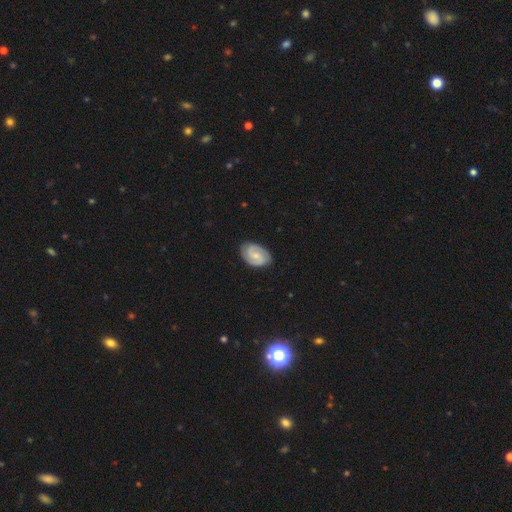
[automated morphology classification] smooth-or-featured: featured or disk: 76% | smooth: 19% | star or artifact: 5%
  disk-edge-on: no: 98% | yes: 2%
    bar: no: 50% | weak: 43% | strong: 8%
    has-spiral-arms: yes: 96% | no: 4%
      spiral-winding: tight: 55% | medium: 37% | loose: 8%
      spiral-arm-count: 2: 86% | can't tell: 6% | 3: 4% | 1: 2% | 4: 1% | more than 4: 1%
    bulge-size: small: 56% | moderate: 30% | none: 11% | large: 2% | dominant: 1%
  merging: none: 84% | minor disturbance: 12% | major disturbance: 3% | merger: 1%